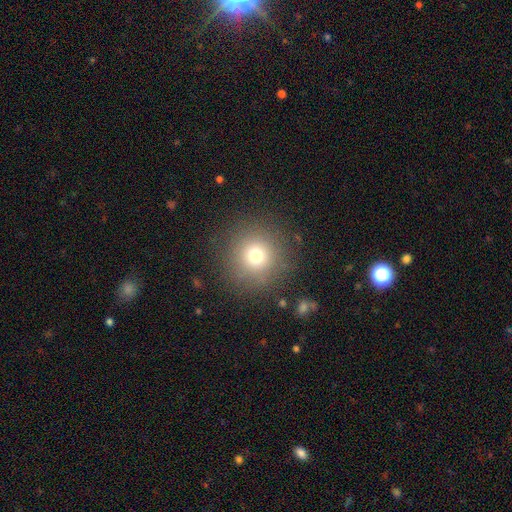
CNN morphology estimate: This is likely a smooth galaxy (73%). How rounded: clearly round (95%). Merging: clearly none (87%).